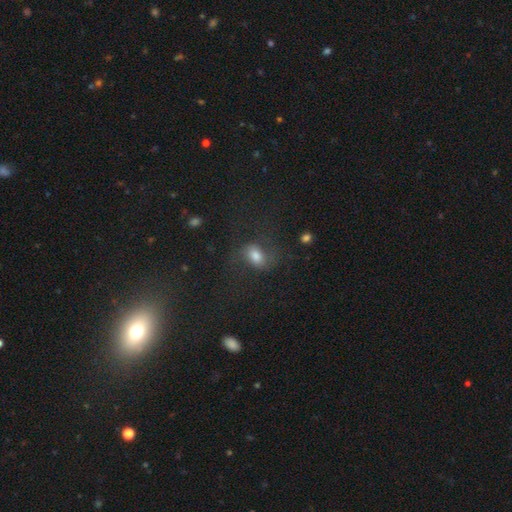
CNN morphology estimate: Overall: smooth (55%; featured or disk 29%). How rounded: in between (73%). Merging: none (58%; major disturbance 22%).